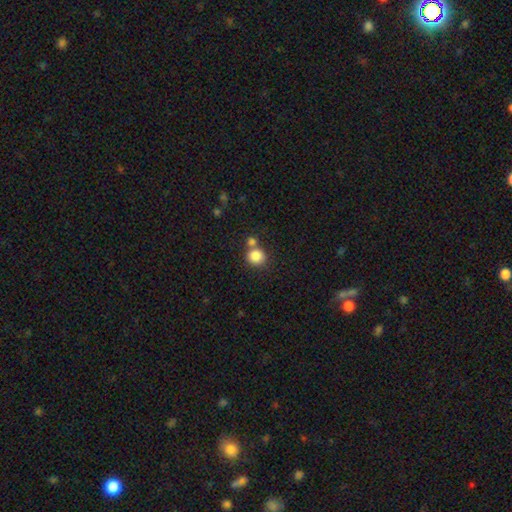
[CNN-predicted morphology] Overall: smooth (85%). How rounded: round (87%). Merging: none (61%; merger 27%).